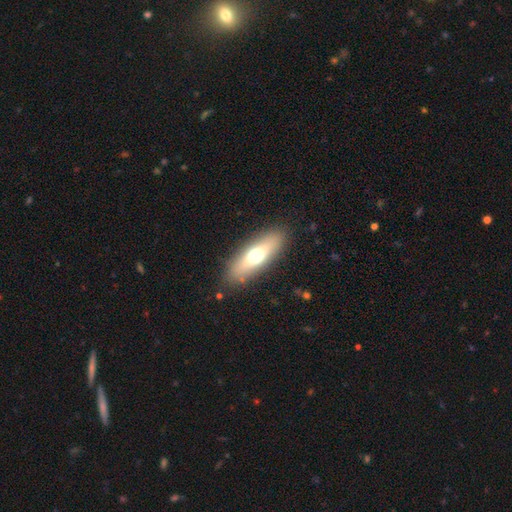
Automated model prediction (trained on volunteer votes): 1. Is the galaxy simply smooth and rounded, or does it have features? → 58% smooth, 34% featured or disk, 8% star or artifact.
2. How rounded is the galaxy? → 53% in between, 44% cigar-shaped, 3% round.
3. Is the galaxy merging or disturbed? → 87% none, 9% minor disturbance, 3% major disturbance, 1% merger.